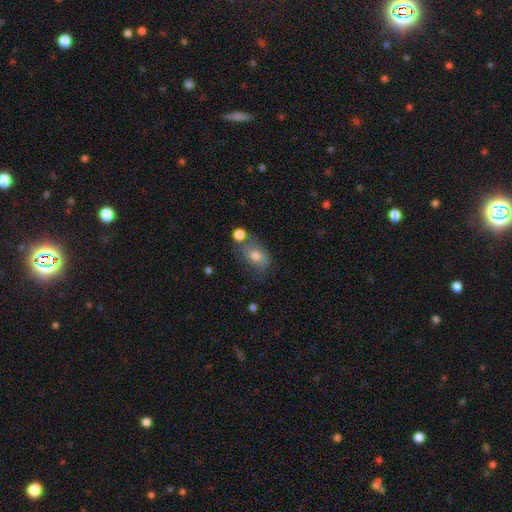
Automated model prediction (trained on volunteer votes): Smooth or featured? Predicted: smooth (p=0.66). How rounded? Predicted: in between (p=0.74). Merging? Predicted: none (p=0.49).